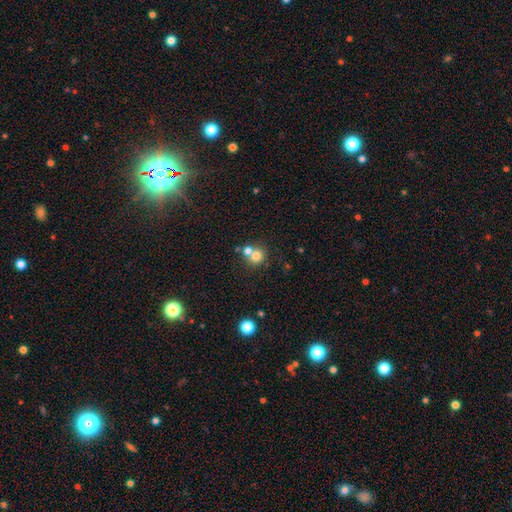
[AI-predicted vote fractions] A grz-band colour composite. It shows a smooth galaxy with no disk features (74%) that is round (86%). Merging: merger (47%).